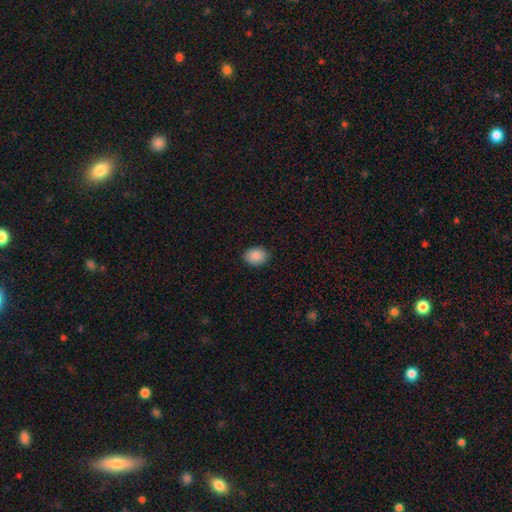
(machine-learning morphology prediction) Smooth or featured? Predicted: smooth (p=0.89). How rounded? Predicted: in between (p=0.70). Merging? Predicted: none (p=0.88).